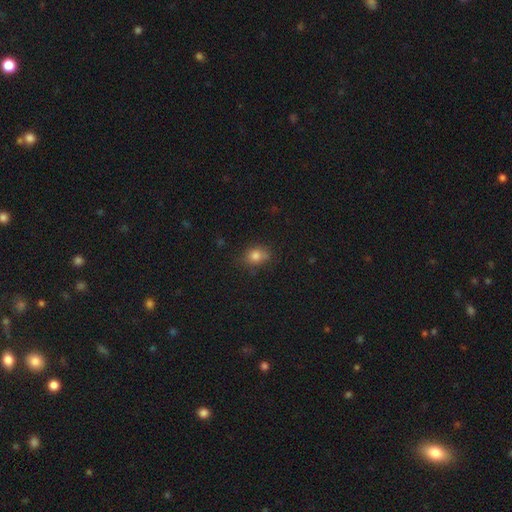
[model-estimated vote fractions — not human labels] A smooth galaxy with no disk features (79%) that is in between round and cigar-shaped (55%). Merging: none (70%).